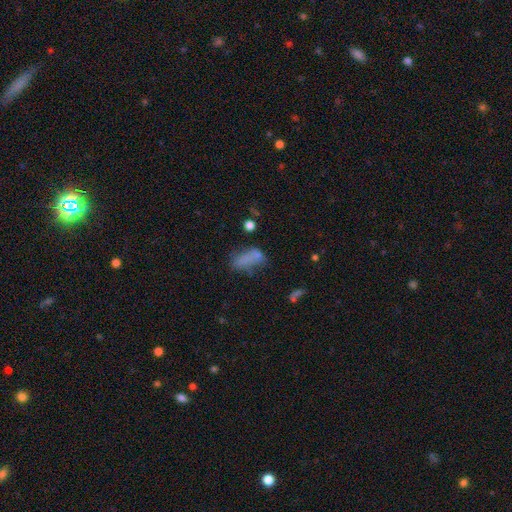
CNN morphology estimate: A smooth galaxy with no disk features (64%) that is in between round and cigar-shaped (76%).

Vote fractions:
- Smooth or featured? smooth: 64% / featured or disk: 20% / star or artifact: 16%
- How rounded? in between: 76% / cigar-shaped: 19% / round: 6%
- Merging? none: 37% / minor disturbance: 24% / major disturbance: 23% / merger: 16%